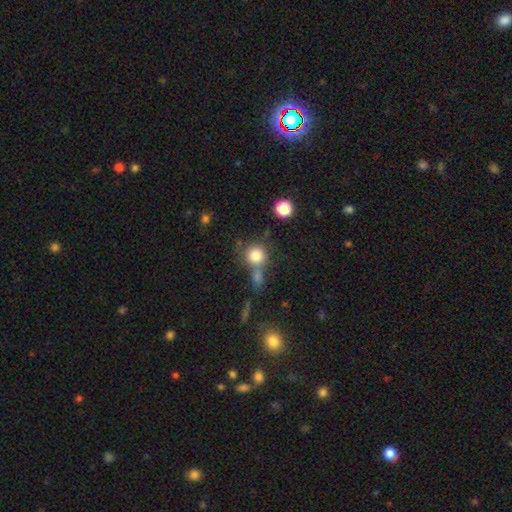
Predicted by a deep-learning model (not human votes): Smooth or featured?
  - smooth: 80% *
  - star or artifact: 12%
  - featured or disk: 8%
How rounded?
  - round: 89% *
  - in between: 10%
  - cigar-shaped: 1%
Merging?
  - none: 55% *
  - merger: 28%
  - minor disturbance: 11%
  - major disturbance: 6%